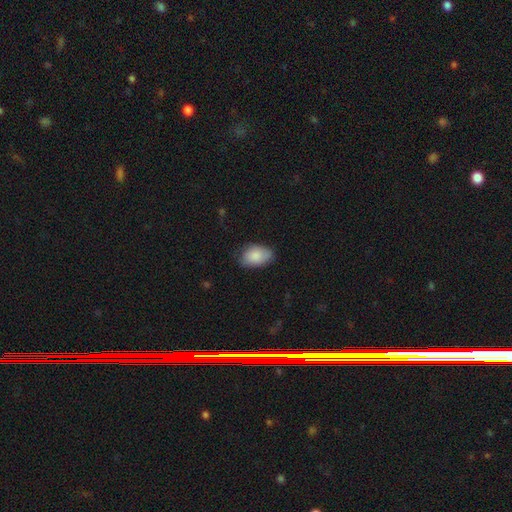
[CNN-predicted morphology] smooth-or-featured: smooth: 87% | featured or disk: 7% | star or artifact: 6%
  how-rounded: in between: 89% | round: 10% | cigar-shaped: 1%
  merging: none: 71% | minor disturbance: 23% | major disturbance: 4% | merger: 1%